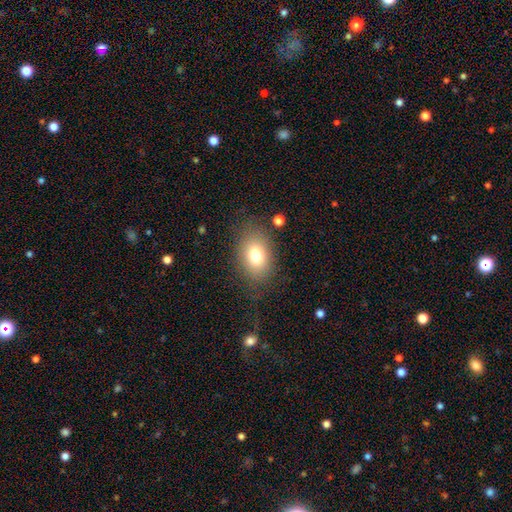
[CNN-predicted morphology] A smooth galaxy with no disk features (76%) that is in between round and cigar-shaped (75%).

Vote fractions:
- Smooth or featured? smooth: 76% / featured or disk: 13% / star or artifact: 11%
- How rounded? in between: 75% / round: 24% / cigar-shaped: 1%
- Merging? none: 78% / minor disturbance: 13% / major disturbance: 7% / merger: 2%